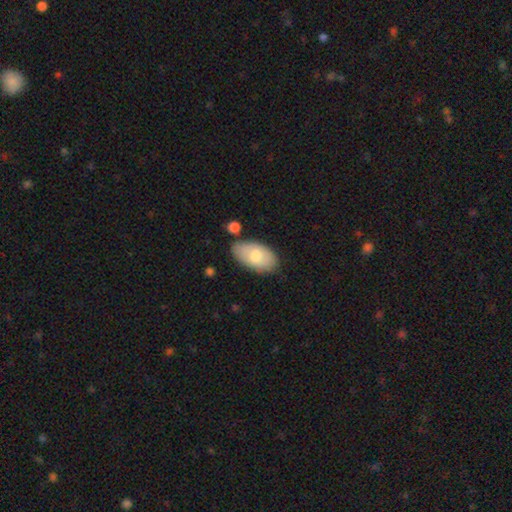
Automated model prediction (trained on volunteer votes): Smooth or featured? smooth (74%)
How rounded? in between (95%)
Merging? none (73%)